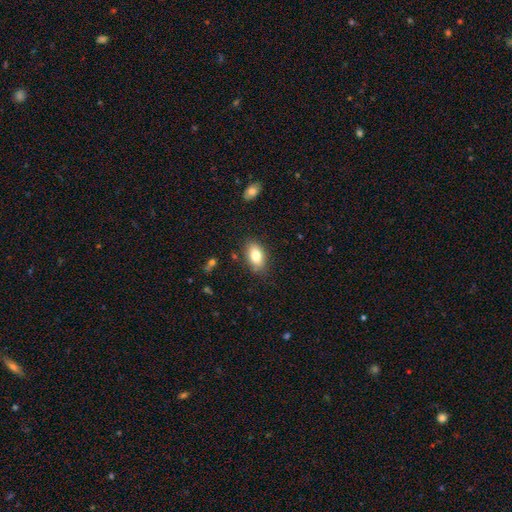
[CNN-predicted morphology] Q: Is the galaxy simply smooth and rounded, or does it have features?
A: smooth — 80%.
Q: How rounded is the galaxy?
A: in between — 91%.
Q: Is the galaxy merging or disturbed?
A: none — 83%.